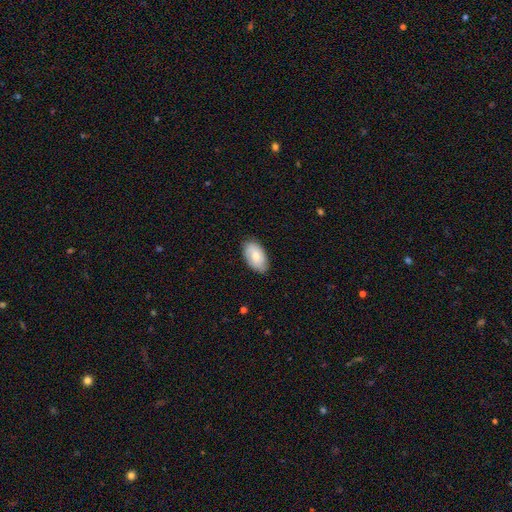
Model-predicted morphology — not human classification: type=smooth (70%); roundness=in between (94%); merging=none (81%).